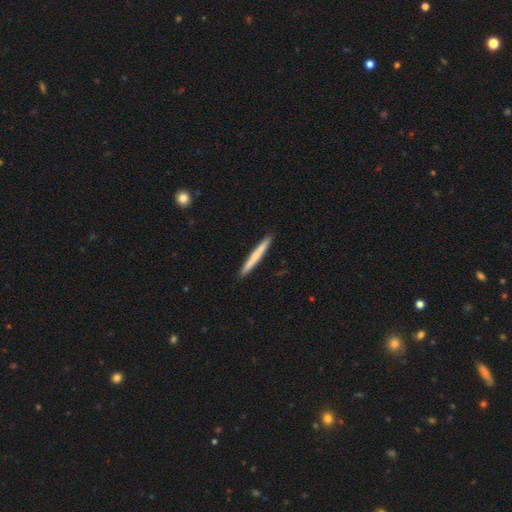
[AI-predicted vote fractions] This appears to be a smooth galaxy with no disk features (63%) that is cigar-shaped (97%). Merging: none (93%).